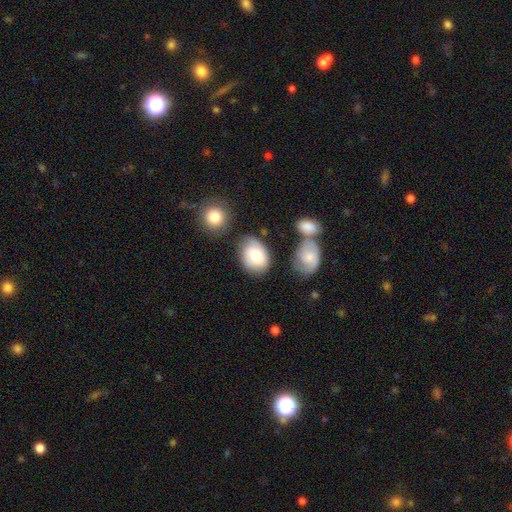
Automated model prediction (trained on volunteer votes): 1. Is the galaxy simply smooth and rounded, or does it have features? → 67% smooth, 25% featured or disk, 7% star or artifact.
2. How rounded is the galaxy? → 72% in between, 27% round, 1% cigar-shaped.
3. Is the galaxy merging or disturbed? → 63% none, 22% minor disturbance, 8% merger, 7% major disturbance.